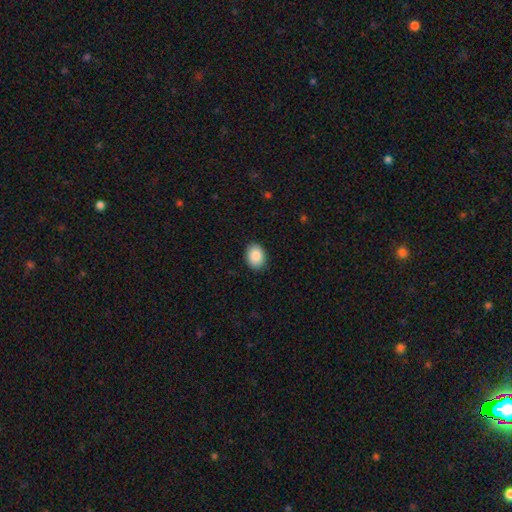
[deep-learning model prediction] Morphology: type=smooth (89%); roundness=in between (68%); merging=none (89%).